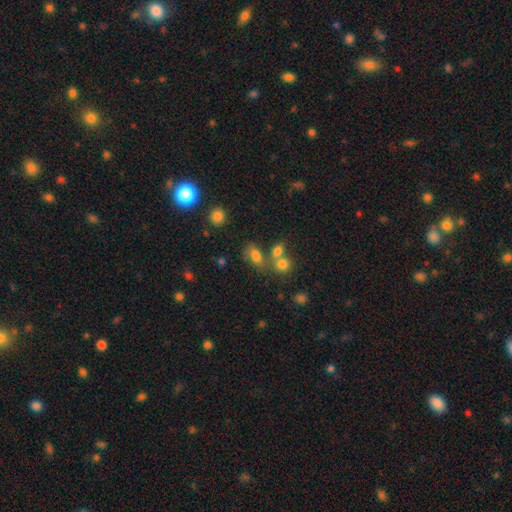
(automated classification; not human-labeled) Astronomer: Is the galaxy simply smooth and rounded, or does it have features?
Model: smooth — 75%.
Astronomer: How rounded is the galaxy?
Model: in between — 80%.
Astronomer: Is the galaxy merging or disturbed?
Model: none — 47% (runner-up: merger, 29%).